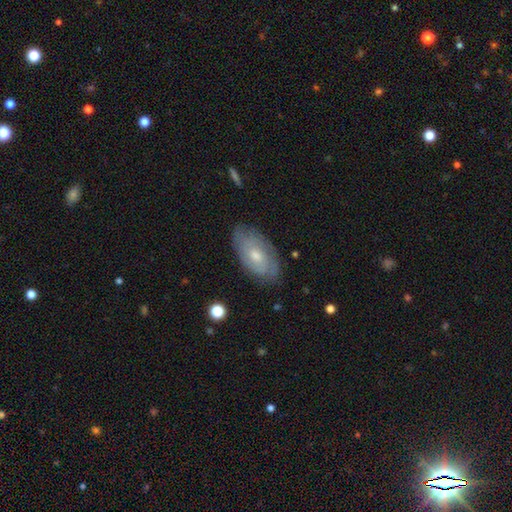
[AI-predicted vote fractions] Smooth or featured?
  - featured or disk: 61% *
  - smooth: 31%
  - star or artifact: 8%
Edge-on disk?
  - no: 91% *
  - yes: 9%
Bar?
  - no: 73% *
  - weak: 23%
  - strong: 3%
Spiral arms?
  - yes: 78% *
  - no: 22%
Bulge size?
  - moderate: 57% *
  - small: 37%
  - large: 3%
  - none: 2%
  - dominant: 1%
Merging?
  - none: 78% *
  - minor disturbance: 17%
  - major disturbance: 4%
  - merger: 1%